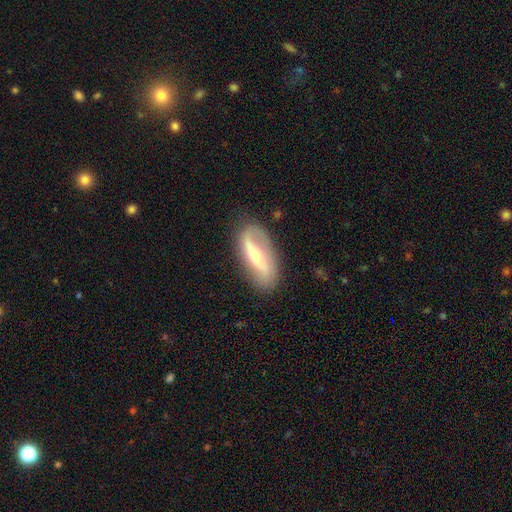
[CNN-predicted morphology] type=featured or disk (71%); edge-on=no (85%); bar=strong (53%); spiral arms=yes (76%); bulge=small (52%); merging=none (77%).